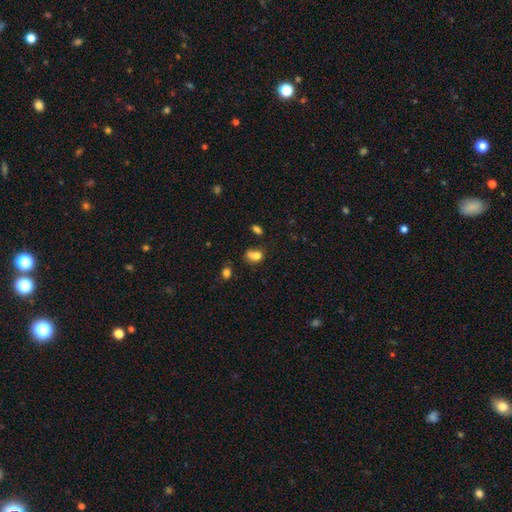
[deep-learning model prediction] Smooth or featured? smooth (72%)
How rounded? round (54%)
Merging? merger (54%)